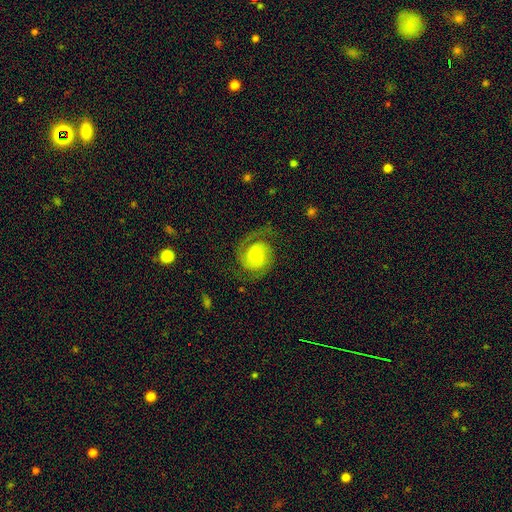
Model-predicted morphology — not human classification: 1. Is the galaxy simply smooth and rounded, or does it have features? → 82% featured or disk, 11% smooth, 6% star or artifact.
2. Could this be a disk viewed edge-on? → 98% no, 2% yes.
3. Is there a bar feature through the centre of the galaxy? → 64% no, 30% weak, 6% strong.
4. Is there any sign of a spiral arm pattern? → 97% yes, 3% no.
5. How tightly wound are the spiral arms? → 44% medium, 42% tight, 14% loose.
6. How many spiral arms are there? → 85% 2, 5% 1, 4% can't tell, 3% 3, 1% 4, 1% more than 4.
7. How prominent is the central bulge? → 53% small, 31% moderate, 8% none, 6% large, 2% dominant.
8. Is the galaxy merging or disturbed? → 74% none, 14% minor disturbance, 11% major disturbance, 1% merger.